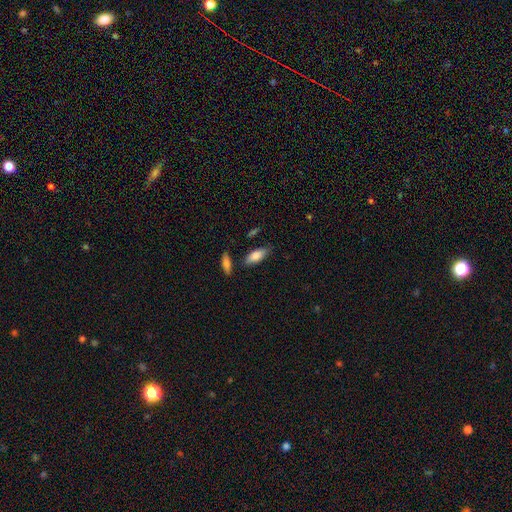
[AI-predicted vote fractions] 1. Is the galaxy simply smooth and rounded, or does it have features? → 81% smooth, 12% featured or disk, 6% star or artifact.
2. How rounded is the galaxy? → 79% in between, 19% cigar-shaped, 2% round.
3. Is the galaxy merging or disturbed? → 77% none, 14% minor disturbance, 5% merger, 3% major disturbance.